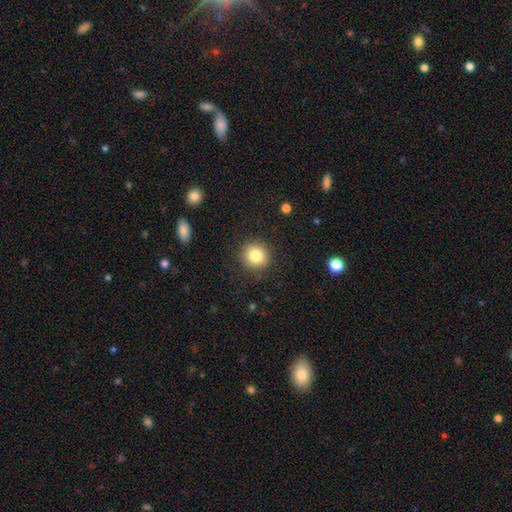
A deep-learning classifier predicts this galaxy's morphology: Overall: smooth (82%). How rounded: round (92%). Merging: none (90%).